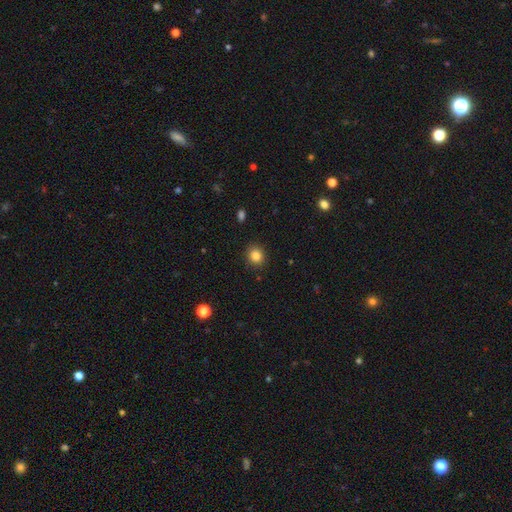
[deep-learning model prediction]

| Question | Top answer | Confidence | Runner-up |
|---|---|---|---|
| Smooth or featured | smooth | 84% | star or artifact (11%) |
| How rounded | round | 80% | in between (19%) |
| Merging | none | 90% | minor disturbance (7%) |